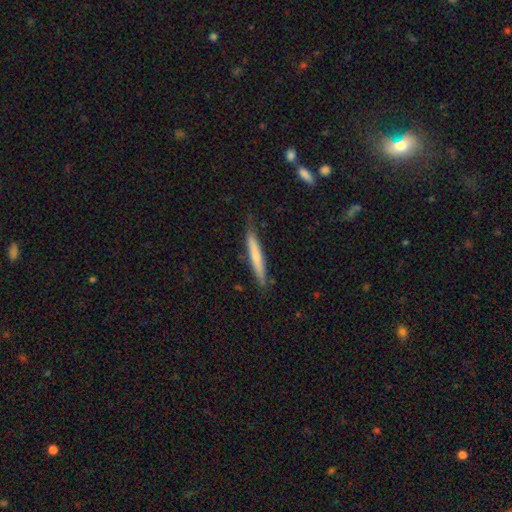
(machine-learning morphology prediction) A smooth galaxy with no disk features (58%) that is cigar-shaped (95%).

Vote fractions:
- Smooth or featured? smooth: 58% / featured or disk: 37% / star or artifact: 5%
- How rounded? cigar-shaped: 95% / in between: 4% / round: 1%
- Merging? none: 79% / minor disturbance: 17% / major disturbance: 3% / merger: 2%